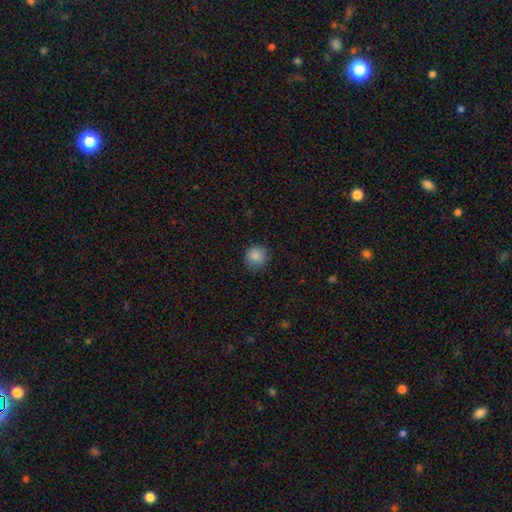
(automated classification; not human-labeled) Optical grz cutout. It shows a smooth galaxy with no disk features (87%) that is round (92%). Merging: none (86%).